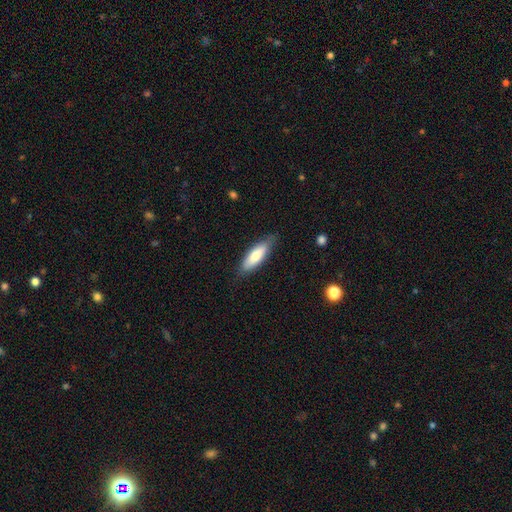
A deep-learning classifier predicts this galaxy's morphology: A smooth galaxy with no disk features (73%) that is in between round and cigar-shaped (57%).

Vote fractions:
- Smooth or featured? smooth: 73% / featured or disk: 21% / star or artifact: 5%
- How rounded? in between: 57% / cigar-shaped: 42% / round: 2%
- Merging? none: 80% / minor disturbance: 16% / major disturbance: 3% / merger: 1%